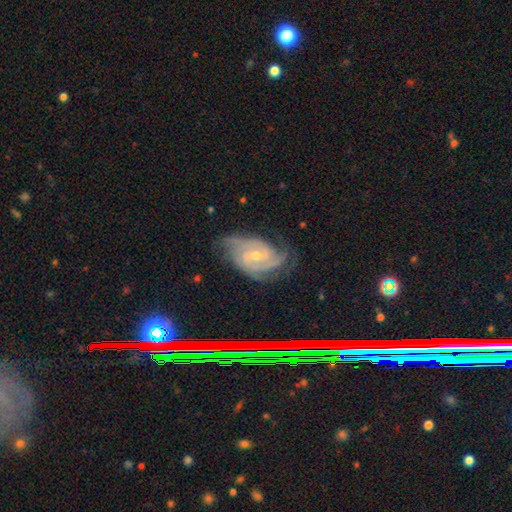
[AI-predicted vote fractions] Smooth or featured? featured or disk (86%)
Edge-on disk? no (97%)
Bar? no (57%)
Spiral arms? yes (97%)
Spiral winding? tight (58%)
Spiral arm count? 3 (32%)
Bulge size? small (63%)
Merging? none (69%)